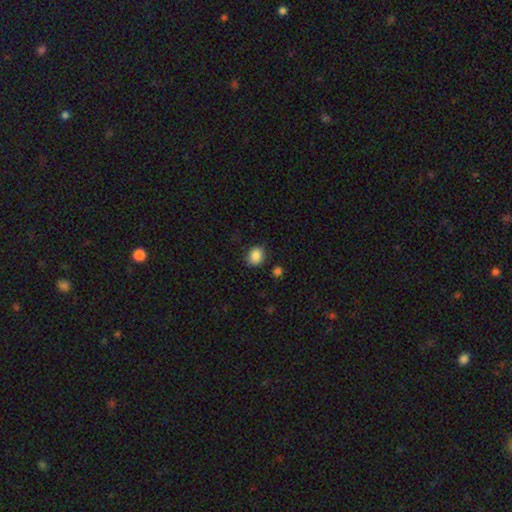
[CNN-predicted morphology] Smooth or featured: smooth — 87% (star or artifact — 9%)
How rounded: round — 53% (in between — 46%)
Merging: none — 74% (minor disturbance — 20%)